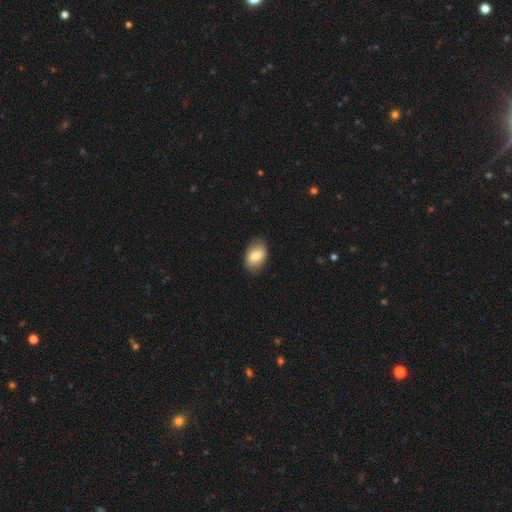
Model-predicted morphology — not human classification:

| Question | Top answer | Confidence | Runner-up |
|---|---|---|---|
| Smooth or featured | smooth | 76% | featured or disk (17%) |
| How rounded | in between | 86% | round (13%) |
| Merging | none | 83% | minor disturbance (13%) |